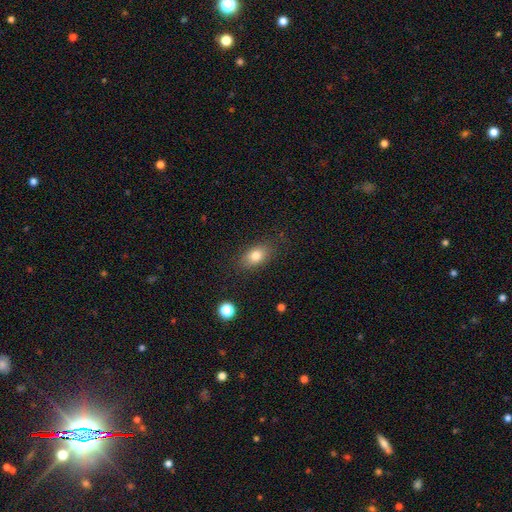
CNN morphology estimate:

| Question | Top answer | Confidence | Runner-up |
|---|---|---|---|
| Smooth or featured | smooth | 80% | featured or disk (11%) |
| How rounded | in between | 83% | round (15%) |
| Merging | none | 82% | minor disturbance (13%) |